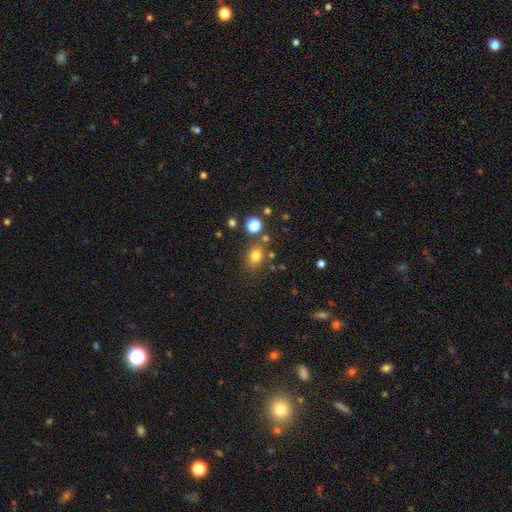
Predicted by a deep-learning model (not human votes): Smooth or featured: smooth — 77% (star or artifact — 15%)
How rounded: in between — 60% (round — 38%)
Merging: none — 74% (minor disturbance — 13%)